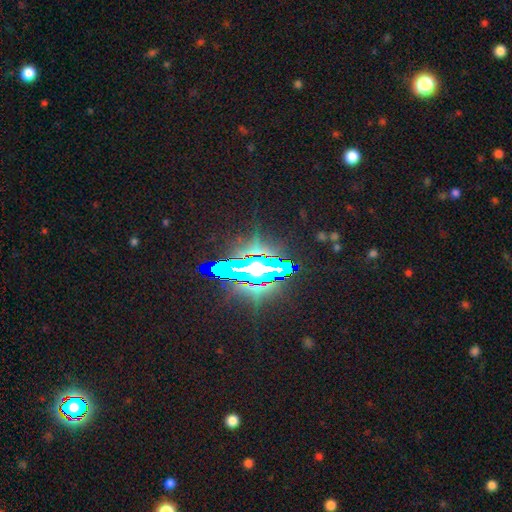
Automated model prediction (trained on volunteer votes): Morphology: type=star or artifact (77%).